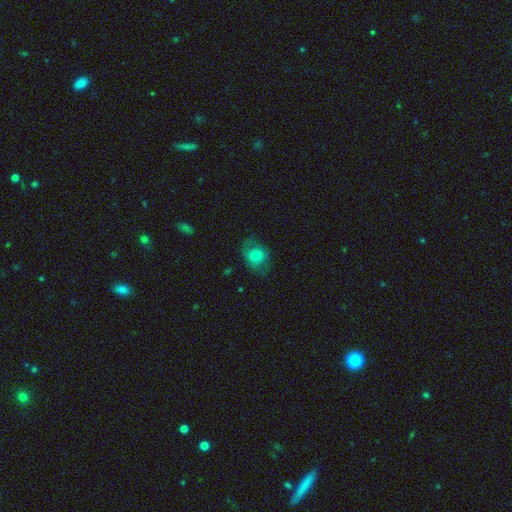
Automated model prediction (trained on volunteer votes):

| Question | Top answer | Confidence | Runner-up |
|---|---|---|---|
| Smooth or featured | smooth | 64% | featured or disk (27%) |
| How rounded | in between | 51% | round (48%) |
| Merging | none | 66% | minor disturbance (21%) |